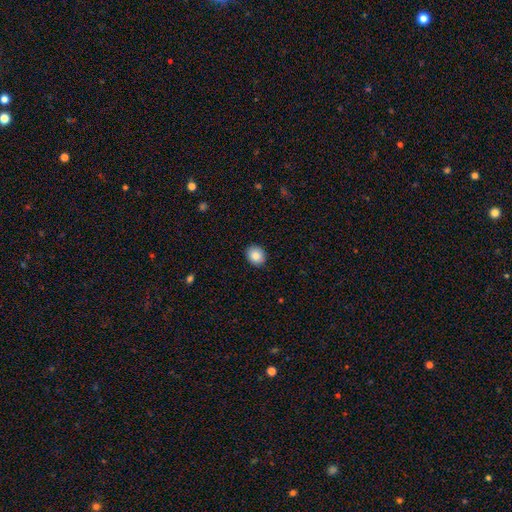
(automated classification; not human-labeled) Smooth or featured? Predicted: smooth (p=0.88). How rounded? Predicted: round (p=0.67). Merging? Predicted: none (p=0.90).